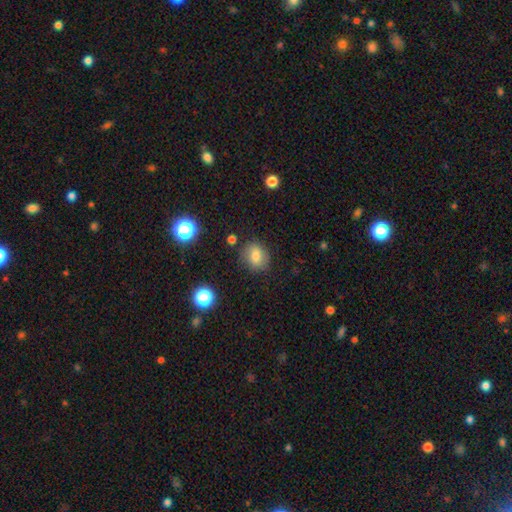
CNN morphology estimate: Smooth or featured? Predicted: smooth (p=0.76). How rounded? Predicted: round (p=0.61). Merging? Predicted: none (p=0.82).